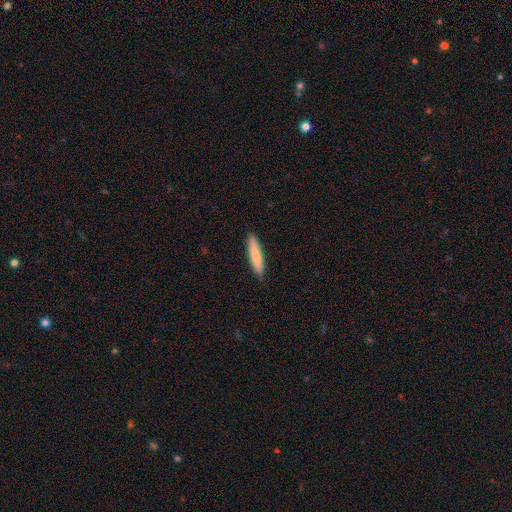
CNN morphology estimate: smooth_or_featured: smooth (p=0.80) [alt: featured or disk p=0.14]
how_rounded: cigar-shaped (p=0.87) [alt: in between p=0.11]
merging: none (p=0.89) [alt: minor disturbance p=0.09]